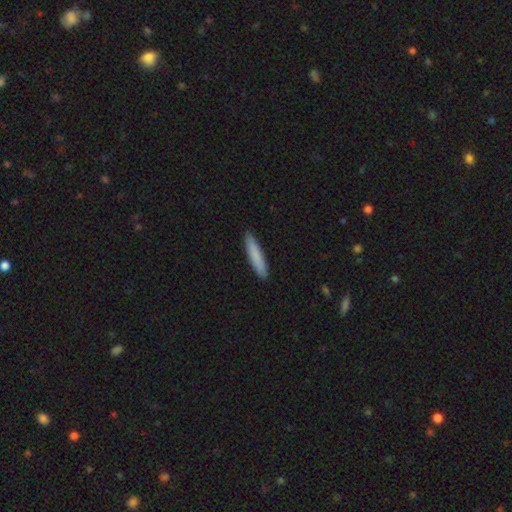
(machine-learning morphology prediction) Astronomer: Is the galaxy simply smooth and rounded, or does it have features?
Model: smooth — 83%.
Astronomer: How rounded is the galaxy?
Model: cigar-shaped — 91%.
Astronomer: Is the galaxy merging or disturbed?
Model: none — 91%.